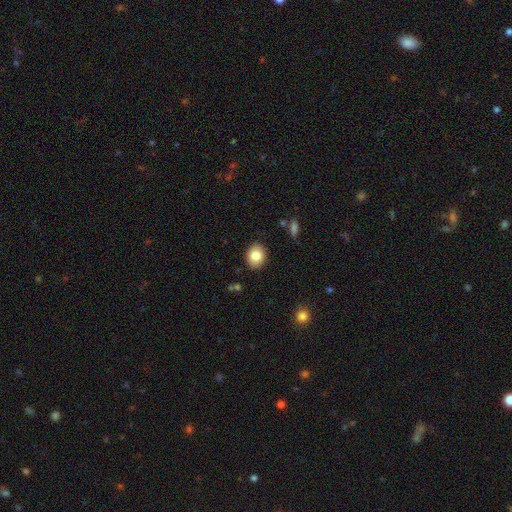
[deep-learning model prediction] smooth 82%, featured or disk 10%, star or artifact 8%. Down the decision tree: how rounded — round (52%); merging — none (89%).